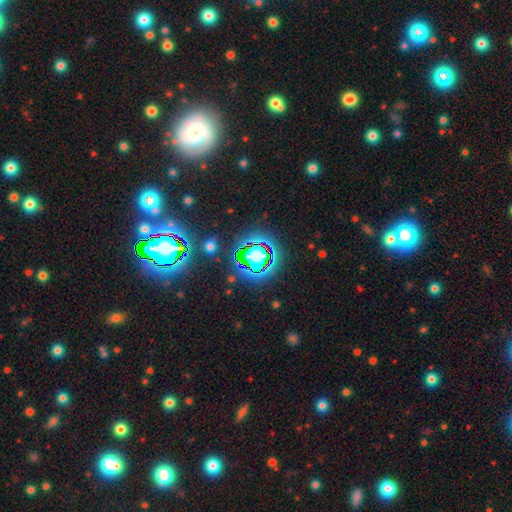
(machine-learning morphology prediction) type=star or artifact (63%).